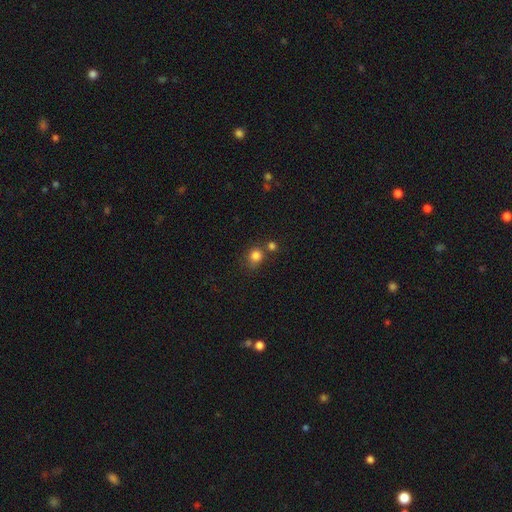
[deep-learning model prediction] smooth_or_featured: smooth (p=0.82) [alt: star or artifact p=0.12]
how_rounded: round (p=0.77) [alt: in between p=0.22]
merging: none (p=0.60) [alt: merger p=0.21]